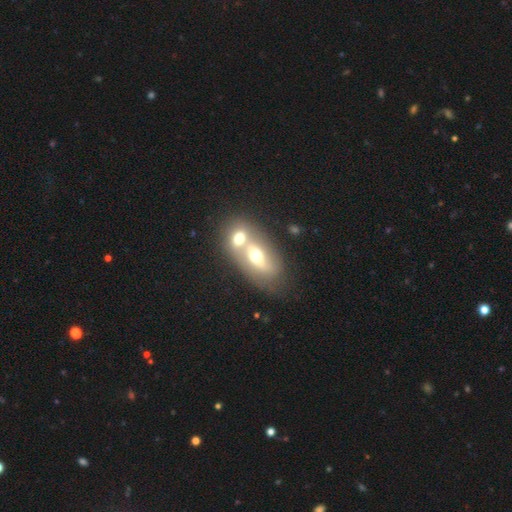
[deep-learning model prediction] smooth_or_featured: smooth (p=0.48) [alt: featured or disk p=0.43]
merging: merger (p=0.66) [alt: none p=0.22]